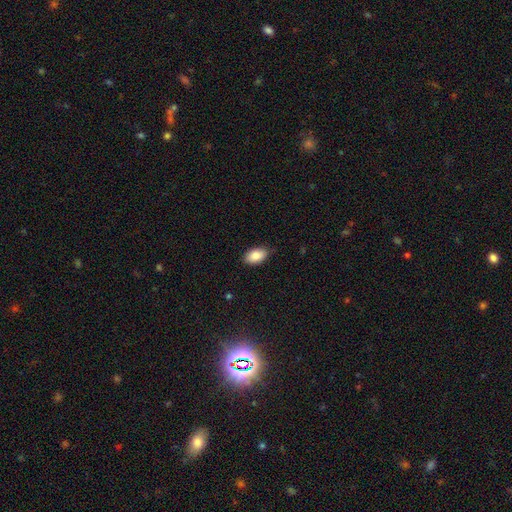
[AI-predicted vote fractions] smooth_or_featured: smooth (p=0.86) [alt: featured or disk p=0.07]
how_rounded: in between (p=0.93) [alt: round p=0.05]
merging: none (p=0.85) [alt: minor disturbance p=0.12]